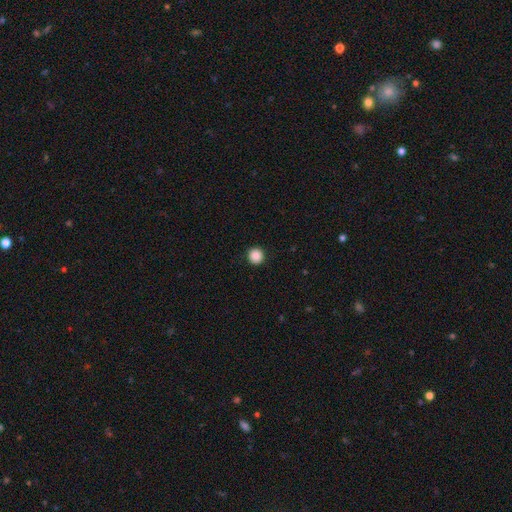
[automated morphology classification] Smooth or featured: smooth — 88% (star or artifact — 9%)
How rounded: round — 95% (in between — 4%)
Merging: none — 93% (minor disturbance — 4%)